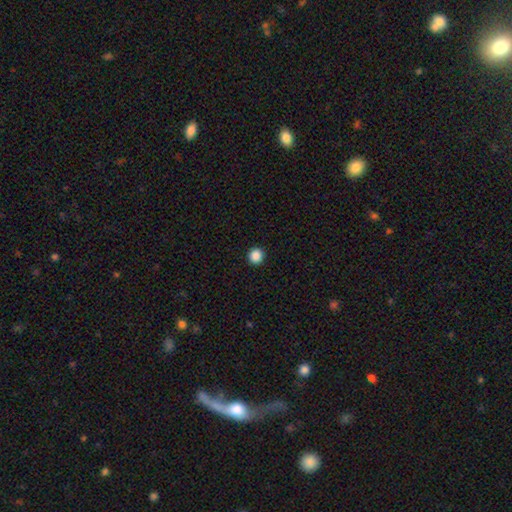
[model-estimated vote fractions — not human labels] Morphology: type=smooth (87%); roundness=round (95%); merging=none (93%).